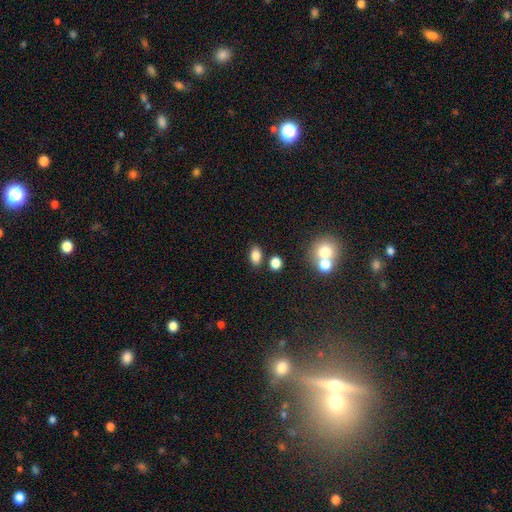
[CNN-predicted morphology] Overall: smooth (83%). How rounded: in between (82%). Merging: none (78%).